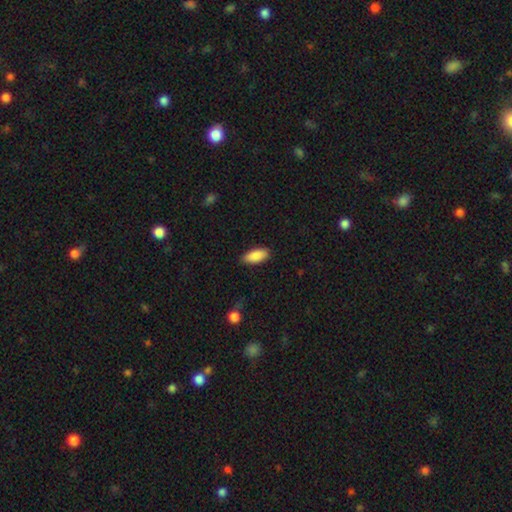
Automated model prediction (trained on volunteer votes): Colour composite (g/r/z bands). It shows a smooth galaxy with no disk features (89%) that is in between round and cigar-shaped (87%). Merging: none (86%).